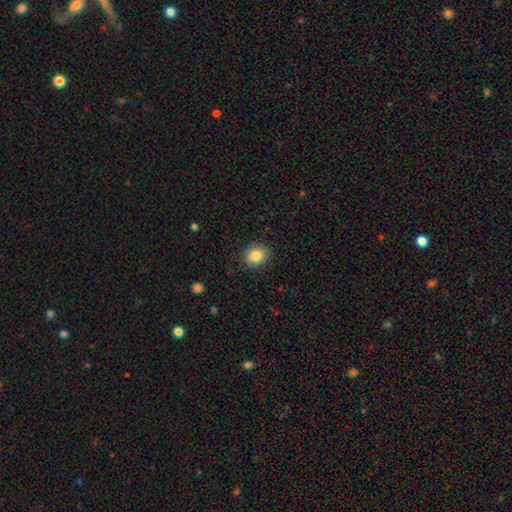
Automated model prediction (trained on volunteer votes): Smooth or featured? Predicted: smooth (p=0.85). How rounded? Predicted: round (p=0.56). Merging? Predicted: none (p=0.86).